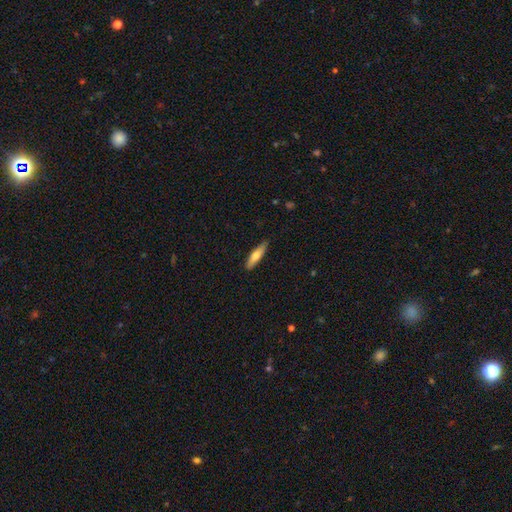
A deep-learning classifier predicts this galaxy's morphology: Smooth or featured? Predicted: smooth (p=0.66). How rounded? Predicted: cigar-shaped (p=0.75). Merging? Predicted: none (p=0.86).